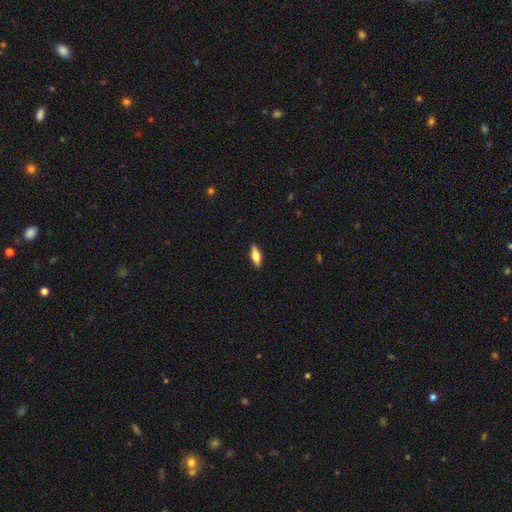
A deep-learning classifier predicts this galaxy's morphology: Smooth or featured?
  - smooth: 62% *
  - featured or disk: 31%
  - star or artifact: 7%
How rounded?
  - in between: 65% *
  - cigar-shaped: 32%
  - round: 3%
Merging?
  - none: 88% *
  - minor disturbance: 9%
  - major disturbance: 2%
  - merger: 1%